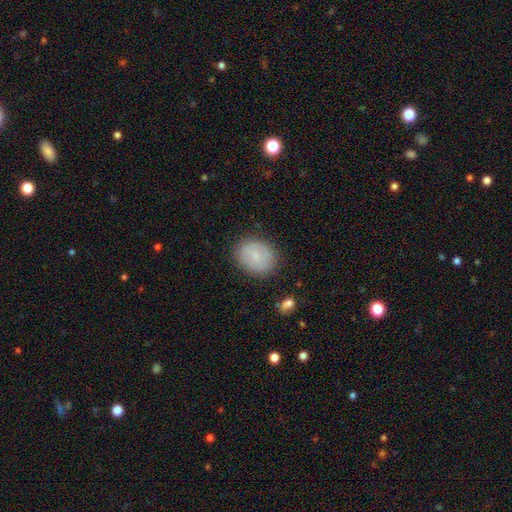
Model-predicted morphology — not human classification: smooth-or-featured: smooth: 74% | featured or disk: 18% | star or artifact: 8%
  how-rounded: round: 52% | in between: 47% | cigar-shaped: 1%
  merging: none: 85% | minor disturbance: 11% | major disturbance: 3% | merger: 1%